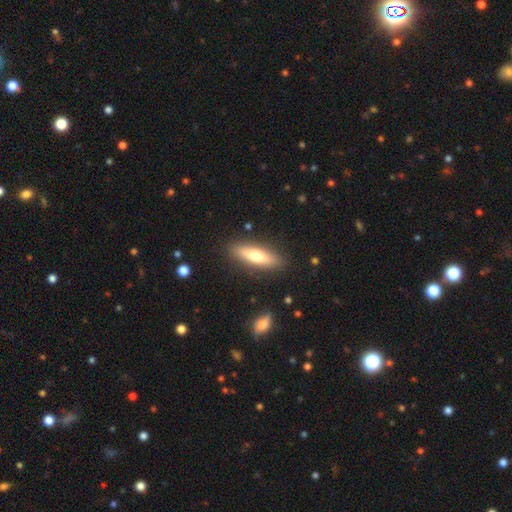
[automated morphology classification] Overall: smooth (61%; featured or disk 33%). How rounded: cigar-shaped (65%; in between 33%). Merging: none (87%).